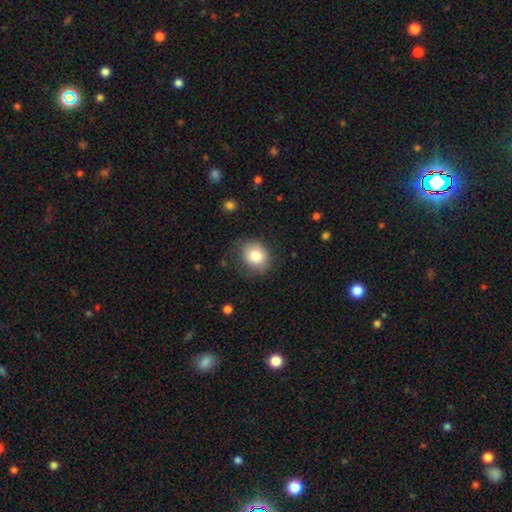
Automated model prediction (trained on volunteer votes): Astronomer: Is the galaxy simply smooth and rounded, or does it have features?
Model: smooth — 81%.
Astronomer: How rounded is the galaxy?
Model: round — 66%.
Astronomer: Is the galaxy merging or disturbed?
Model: none — 73%.